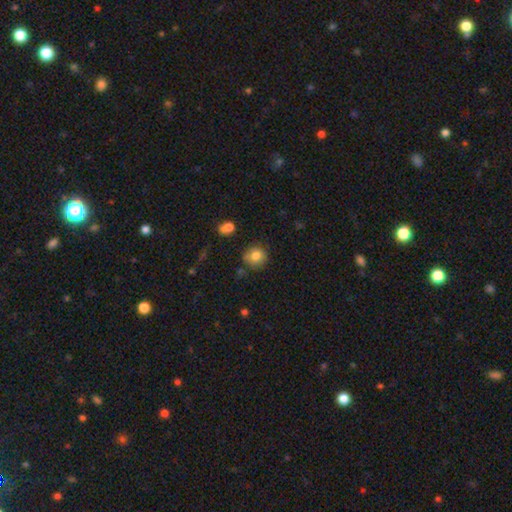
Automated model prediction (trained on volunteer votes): Smooth or featured? Predicted: smooth (p=0.81). How rounded? Predicted: round (p=0.88). Merging? Predicted: none (p=0.75).